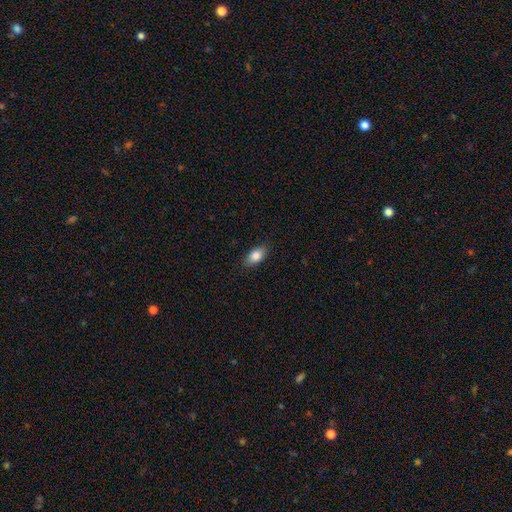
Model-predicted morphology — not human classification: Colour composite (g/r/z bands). It shows a smooth galaxy with no disk features (83%) that is in between round and cigar-shaped (88%). Merging: none (86%).